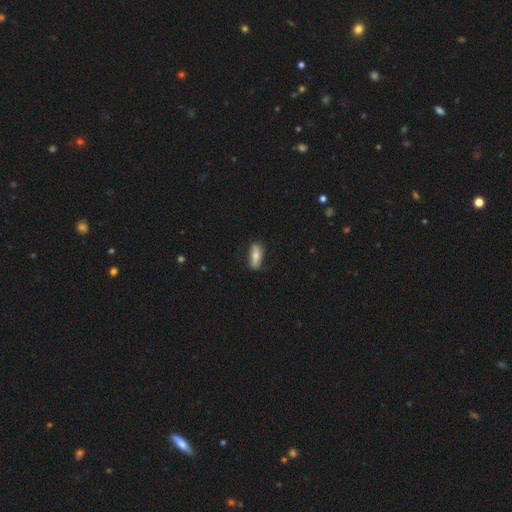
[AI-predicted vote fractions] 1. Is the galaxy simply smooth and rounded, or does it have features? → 66% smooth, 27% featured or disk, 7% star or artifact.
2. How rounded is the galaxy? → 71% in between, 25% cigar-shaped, 3% round.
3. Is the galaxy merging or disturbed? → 77% none, 19% minor disturbance, 4% major disturbance, 1% merger.